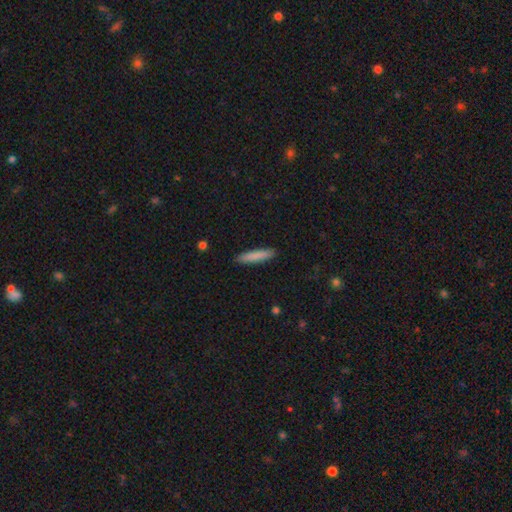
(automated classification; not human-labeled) Q: Smooth or featured?
A: smooth (83%); runner-up: featured or disk (11%)
Q: How rounded?
A: cigar-shaped (88%); runner-up: in between (11%)
Q: Merging?
A: none (90%); runner-up: minor disturbance (7%)